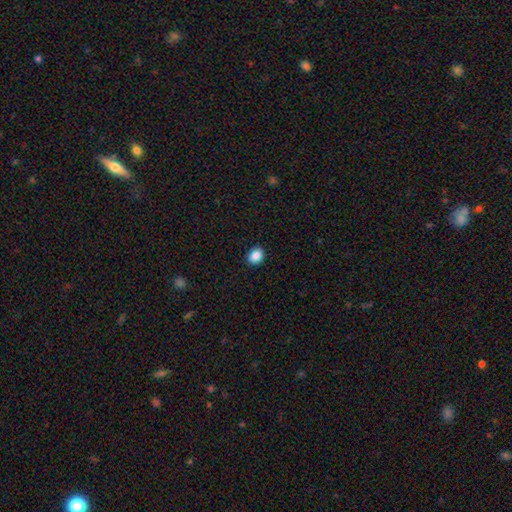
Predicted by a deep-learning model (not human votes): A smooth galaxy with no disk features (88%) that is round (51%).

Vote fractions:
- Smooth or featured? smooth: 88% / star or artifact: 9% / featured or disk: 3%
- How rounded? round: 51% / in between: 48% / cigar-shaped: 1%
- Merging? none: 90% / minor disturbance: 7% / major disturbance: 2% / merger: 1%